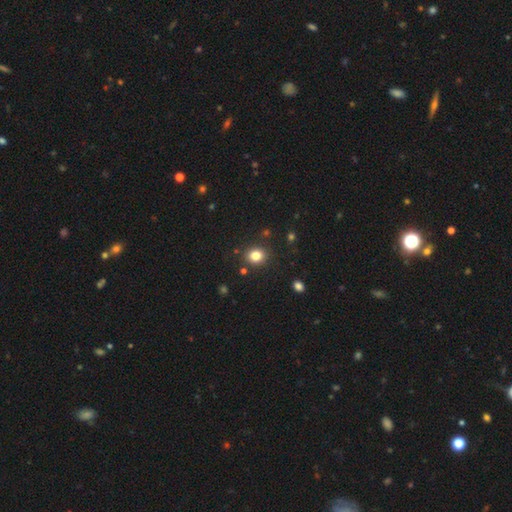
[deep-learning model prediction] Overall: smooth (82%). How rounded: round (71%). Merging: none (88%).